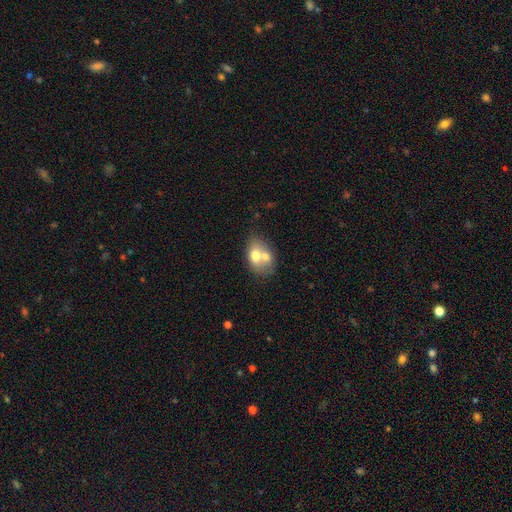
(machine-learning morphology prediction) Smooth or featured? smooth (63%)
How rounded? in between (75%)
Merging? merger (56%)